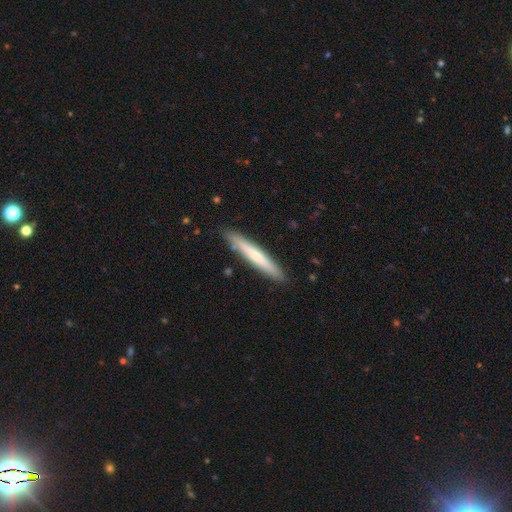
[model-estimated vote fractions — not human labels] This is possibly a smooth galaxy (54%). How rounded: clearly cigar-shaped (95%). Merging: clearly none (89%).